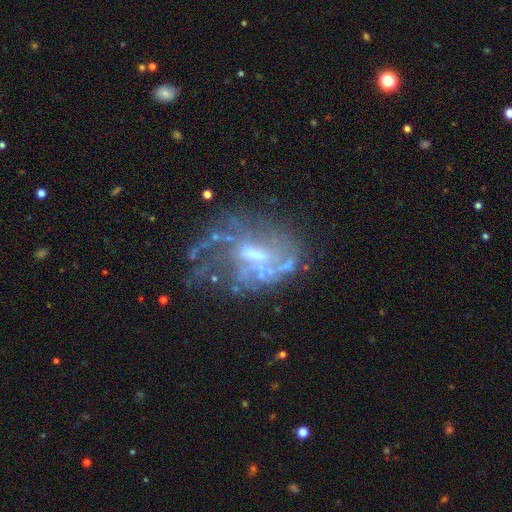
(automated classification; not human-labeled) Smooth or featured? Predicted: featured or disk (p=0.73). Edge-on disk? Predicted: no (p=0.96). Bar? Predicted: no (p=0.43). Spiral arms? Predicted: yes (p=0.50, tied with no). Bulge size? Predicted: moderate (p=0.38). Merging? Predicted: major disturbance (p=0.39).